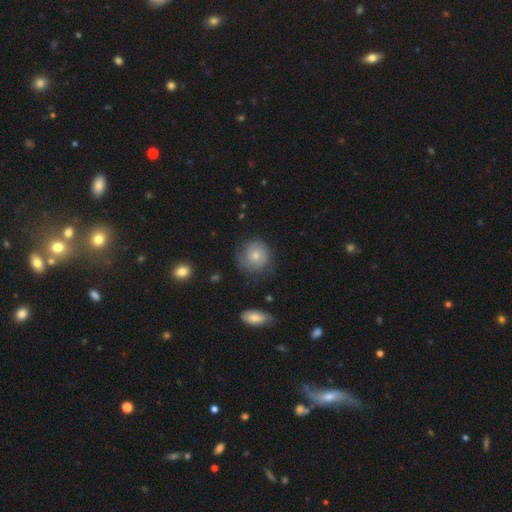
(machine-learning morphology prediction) Smooth or featured?
  - smooth: 53% *
  - featured or disk: 40%
  - star or artifact: 8%
How rounded?
  - round: 88% *
  - in between: 11%
  - cigar-shaped: 1%
Merging?
  - none: 70% *
  - minor disturbance: 21%
  - major disturbance: 8%
  - merger: 2%